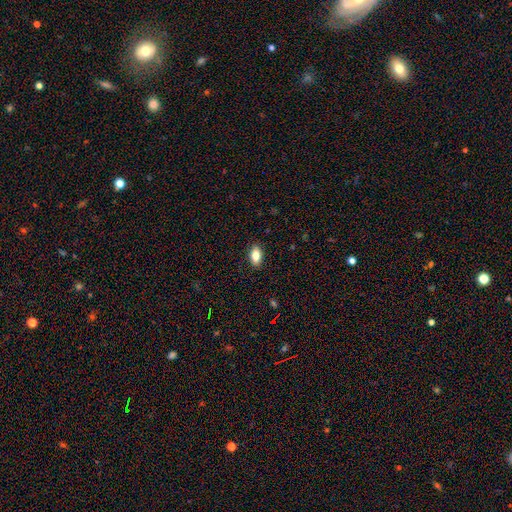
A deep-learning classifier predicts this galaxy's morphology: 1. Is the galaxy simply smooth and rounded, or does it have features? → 80% smooth, 12% featured or disk, 8% star or artifact.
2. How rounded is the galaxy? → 90% in between, 5% cigar-shaped, 5% round.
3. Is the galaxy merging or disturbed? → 89% none, 8% minor disturbance, 2% major disturbance, 1% merger.